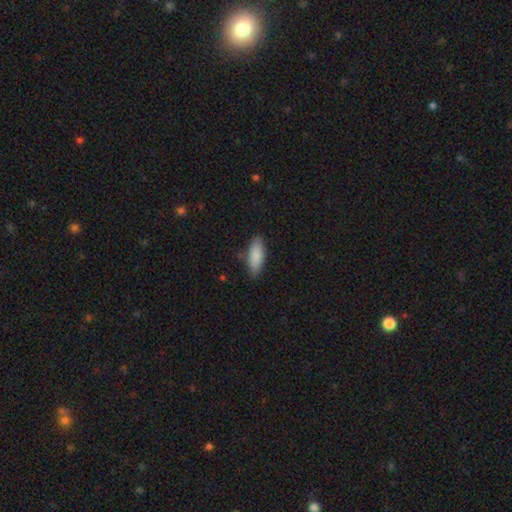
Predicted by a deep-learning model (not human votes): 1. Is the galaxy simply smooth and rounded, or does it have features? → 86% smooth, 8% featured or disk, 6% star or artifact.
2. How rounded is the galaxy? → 70% in between, 28% cigar-shaped, 2% round.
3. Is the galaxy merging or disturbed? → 82% none, 13% minor disturbance, 2% major disturbance, 2% merger.